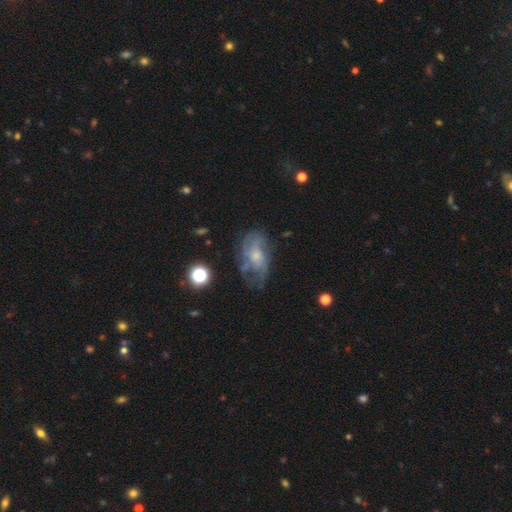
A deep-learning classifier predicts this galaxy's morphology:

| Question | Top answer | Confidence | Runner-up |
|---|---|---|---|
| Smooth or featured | featured or disk | 69% | smooth (21%) |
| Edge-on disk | no | 96% | yes (4%) |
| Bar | no | 71% | weak (25%) |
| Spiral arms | yes | 80% | no (20%) |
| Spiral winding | medium | 43% | loose (29%) |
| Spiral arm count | can't tell | 40% | 2 (23%) |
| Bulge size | small | 54% | moderate (32%) |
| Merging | none | 51% | minor disturbance (25%) |